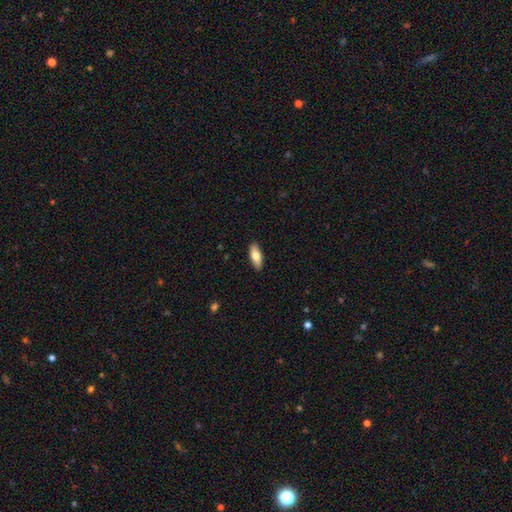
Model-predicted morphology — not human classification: smooth_or_featured: smooth (p=0.77) [alt: featured or disk p=0.17]
how_rounded: in between (p=0.74) [alt: cigar-shaped p=0.24]
merging: none (p=0.90) [alt: minor disturbance p=0.08]